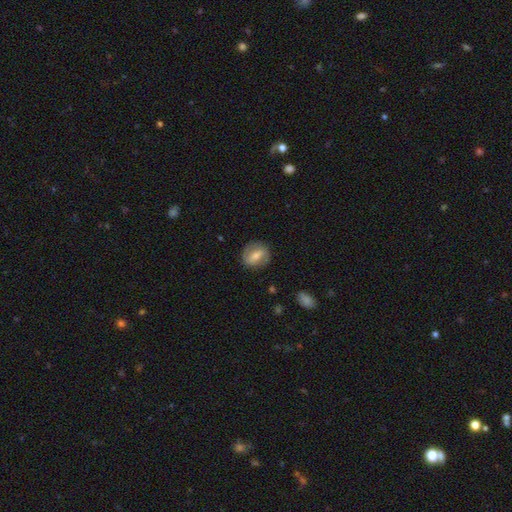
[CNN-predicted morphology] smooth_or_featured: featured or disk (p=0.50) [alt: smooth p=0.42]
merging: none (p=0.83) [alt: minor disturbance p=0.12]